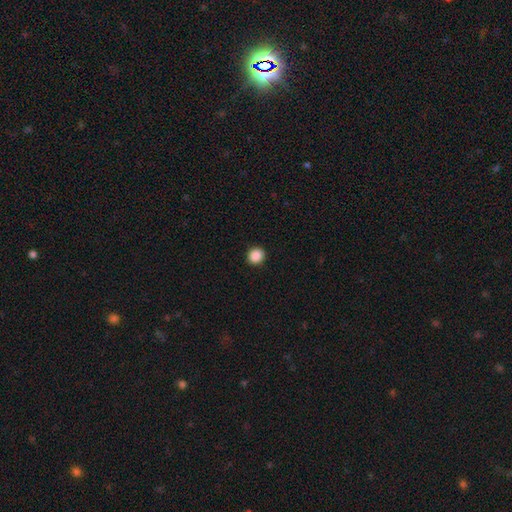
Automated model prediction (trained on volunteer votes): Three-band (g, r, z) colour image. It shows a smooth galaxy with no disk features (88%) that is round (89%). Merging: none (92%).